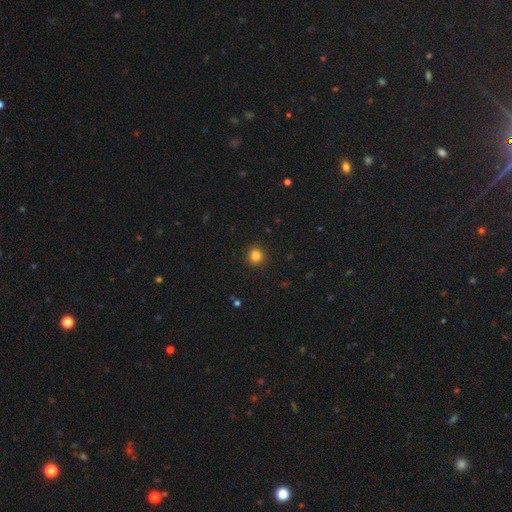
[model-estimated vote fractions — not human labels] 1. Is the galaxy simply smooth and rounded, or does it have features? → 84% smooth, 12% star or artifact, 4% featured or disk.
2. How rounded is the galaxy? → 90% round, 9% in between, 1% cigar-shaped.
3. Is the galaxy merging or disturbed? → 91% none, 6% minor disturbance, 2% major disturbance, 1% merger.